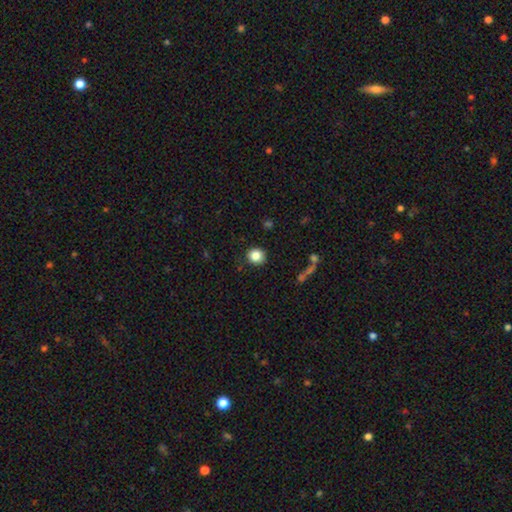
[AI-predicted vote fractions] The model was most divided on "smooth or featured": smooth: 85%, star or artifact: 10%, featured or disk: 5%. More confident: merging — none (89%); how rounded — round (88%).